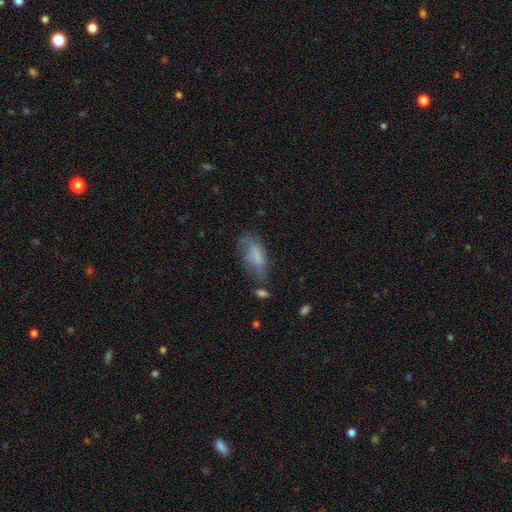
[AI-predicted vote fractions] Morphology: type=smooth (66%); roundness=in between (86%); merging=none (42%).